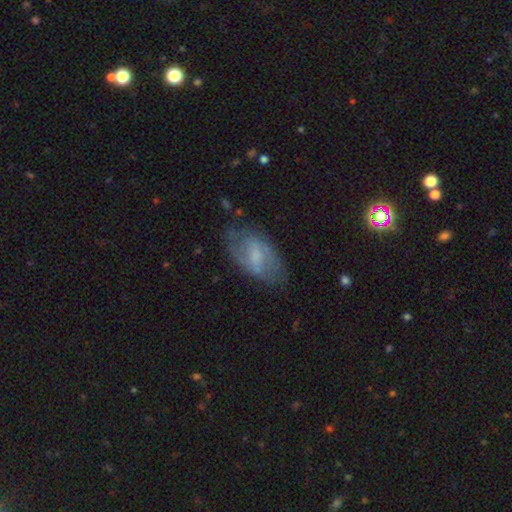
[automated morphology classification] This is possibly a featured or disk galaxy (55%). It is clearly not viewed edge-on (93%). Bar: possibly weak (54%). Spiral arm pattern: likely yes (69%). Central bulge: possibly small (47%). Merging: likely none (68%).